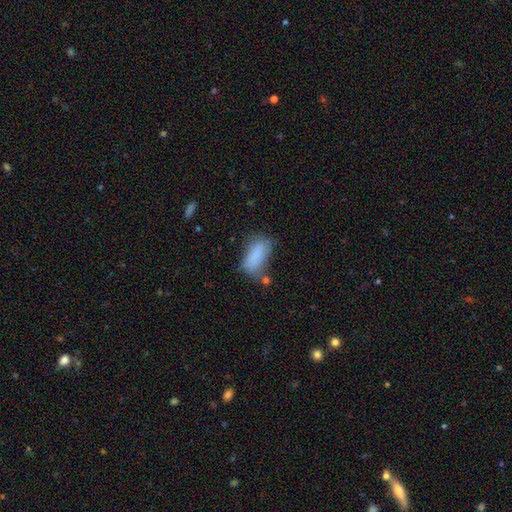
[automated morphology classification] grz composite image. It shows a smooth galaxy with no disk features (82%) that is in between round and cigar-shaped (85%). Merging: none (50%).